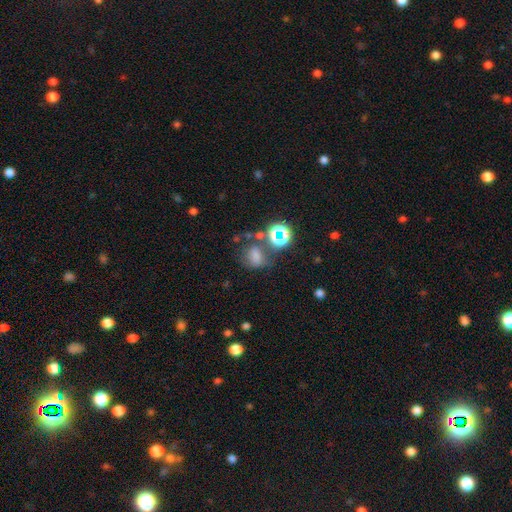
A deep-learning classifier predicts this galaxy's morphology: A smooth galaxy with no disk features (60%) that is round (51%). Merging: none (48%).